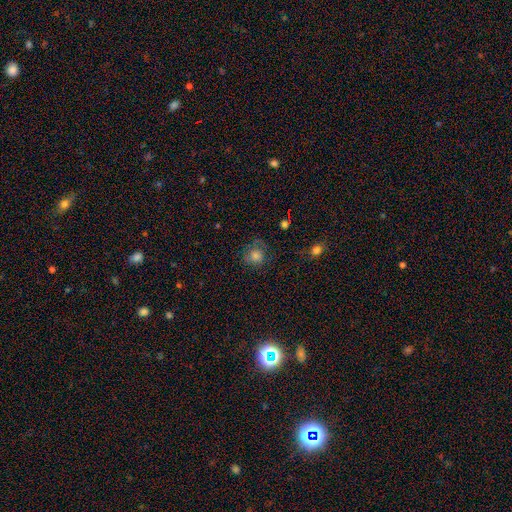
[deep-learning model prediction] A smooth galaxy with no disk features (55%) that is round (83%).

Vote fractions:
- Smooth or featured? smooth: 55% / featured or disk: 23% / star or artifact: 21%
- How rounded? round: 83% / in between: 16% / cigar-shaped: 1%
- Merging? none: 67% / minor disturbance: 19% / major disturbance: 13% / merger: 2%